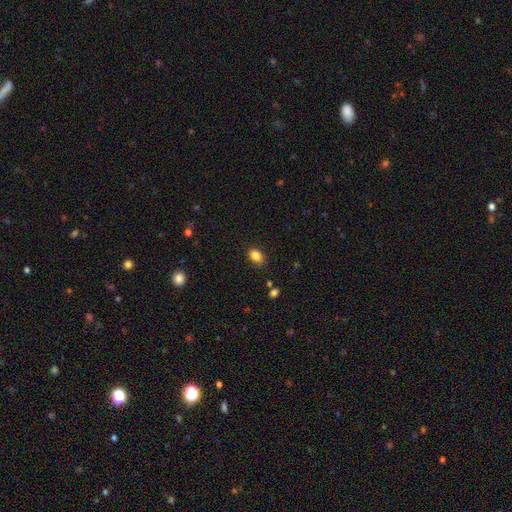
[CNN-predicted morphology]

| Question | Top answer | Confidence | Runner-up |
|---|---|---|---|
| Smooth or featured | smooth | 85% | star or artifact (10%) |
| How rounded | in between | 78% | round (21%) |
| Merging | none | 84% | minor disturbance (11%) |